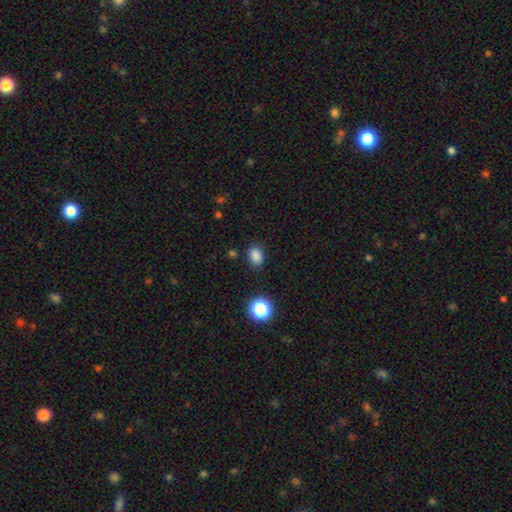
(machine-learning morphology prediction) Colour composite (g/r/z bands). It shows a smooth galaxy with no disk features (84%) that is in between round and cigar-shaped (70%). Merging: none (85%).